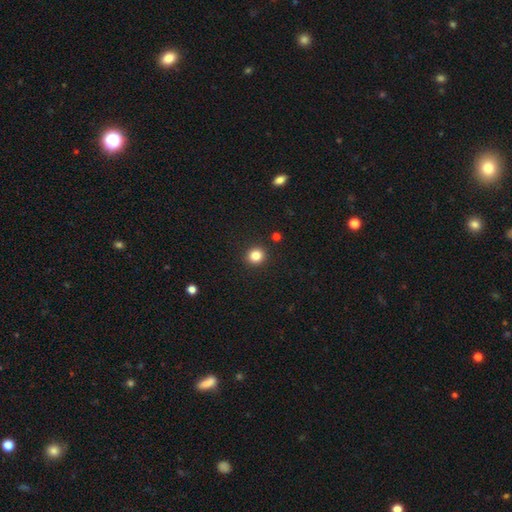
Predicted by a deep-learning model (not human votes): Q: Smooth or featured?
A: smooth (84%); runner-up: star or artifact (12%)
Q: How rounded?
A: round (89%); runner-up: in between (10%)
Q: Merging?
A: none (92%); runner-up: minor disturbance (5%)